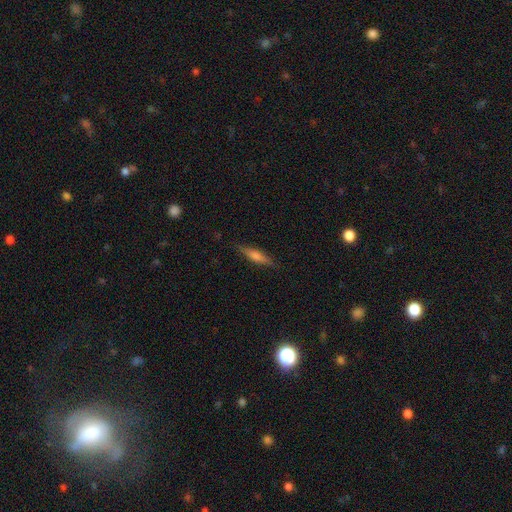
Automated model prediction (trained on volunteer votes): A featured or disk galaxy (54%) viewed edge-on (95%) with a rounded central bulge (71%).

Vote fractions:
- Smooth or featured? featured or disk: 54% / smooth: 38% / star or artifact: 9%
- Edge-on disk? yes: 95% / no: 5%
- Edge-on bulge? rounded: 71% / boxy: 18% / none: 12%
- Merging? none: 88% / minor disturbance: 9% / major disturbance: 2% / merger: 1%